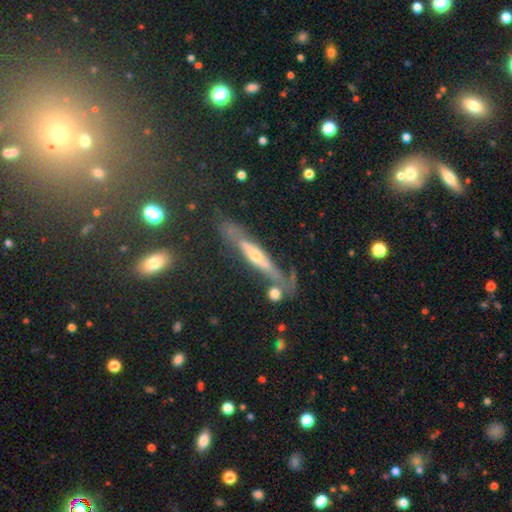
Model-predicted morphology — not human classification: Smooth or featured? Predicted: featured or disk (p=0.71). Edge-on disk? Predicted: yes (p=0.84). Edge-on bulge? Predicted: rounded (p=0.77). Merging? Predicted: none (p=0.61).